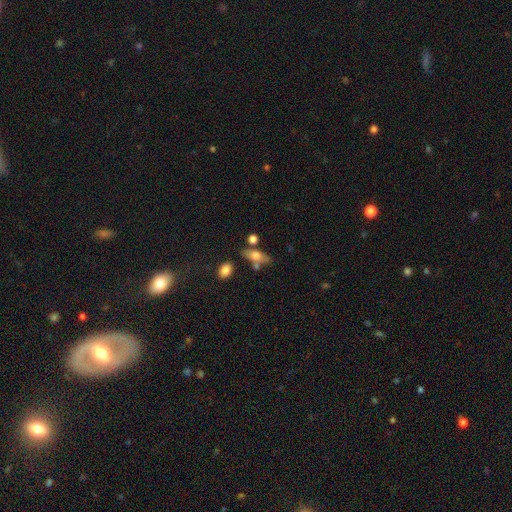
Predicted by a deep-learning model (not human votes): Smooth or featured? smooth (60%)
How rounded? in between (64%)
Merging? none (62%)